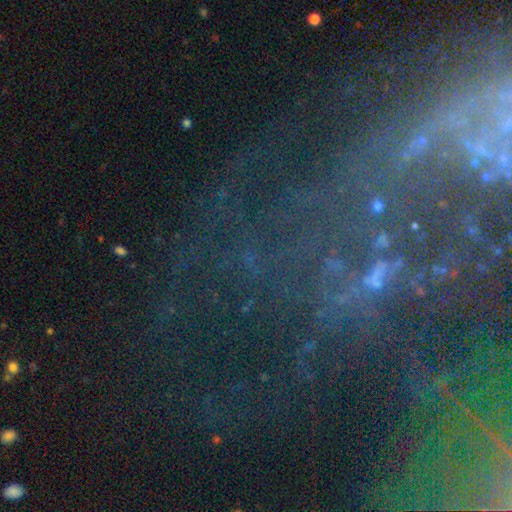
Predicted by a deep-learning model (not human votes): Smooth or featured: star or artifact — 55% (featured or disk — 33%)